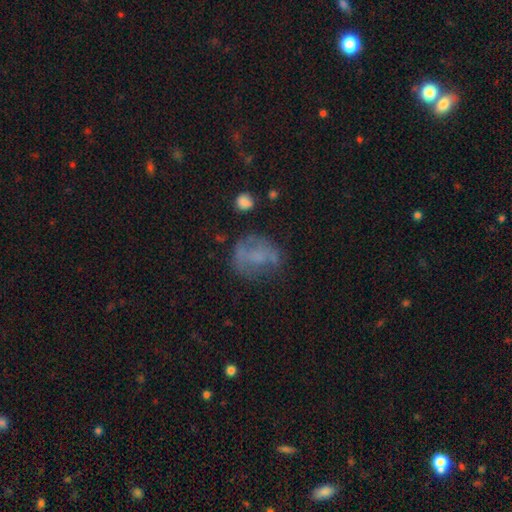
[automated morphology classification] This is marginally a smooth galaxy (43%). Merging: possibly none (48%).